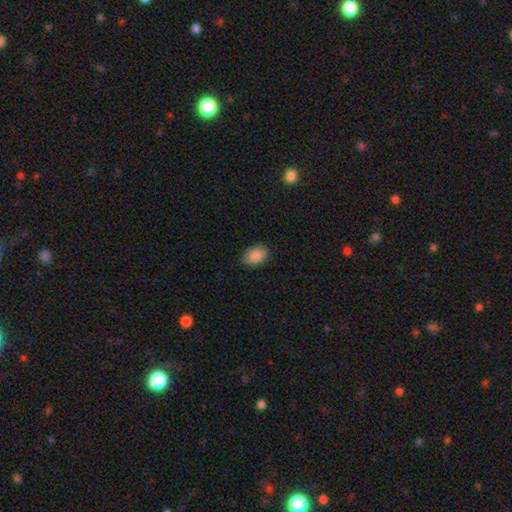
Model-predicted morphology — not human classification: This appears to be a smooth galaxy with no disk features (88%) that is in between round and cigar-shaped (84%). Merging: none (86%).